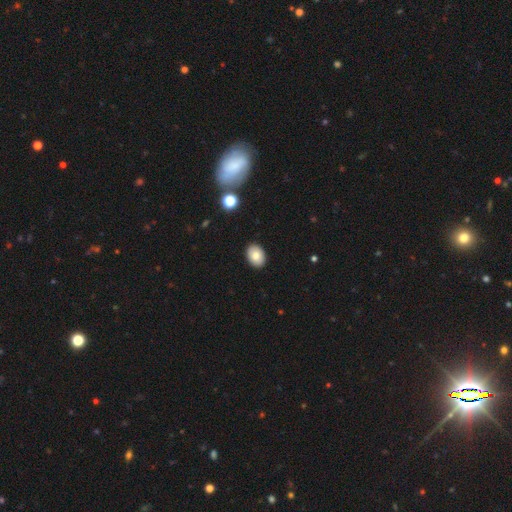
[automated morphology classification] Overall: smooth (81%). How rounded: in between (77%). Merging: none (91%).